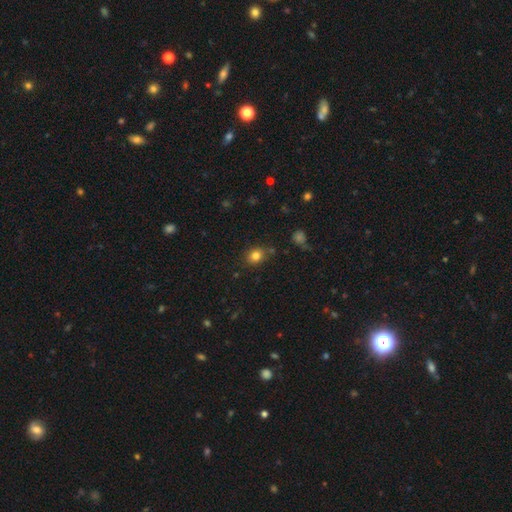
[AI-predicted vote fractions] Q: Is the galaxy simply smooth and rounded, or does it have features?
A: smooth — 81%.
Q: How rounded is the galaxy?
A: round — 62%.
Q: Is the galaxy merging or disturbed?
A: none — 79%.